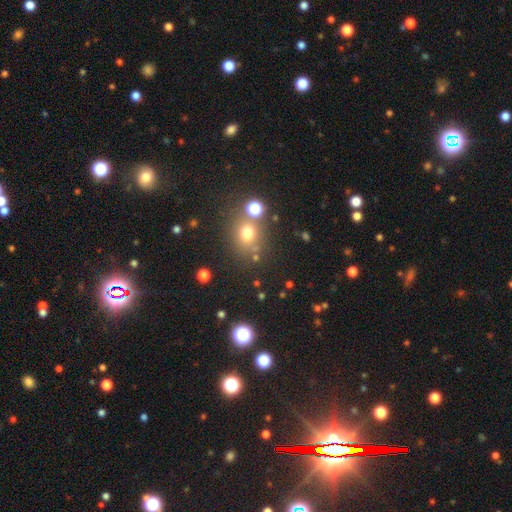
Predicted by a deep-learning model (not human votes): Smooth or featured?
  - smooth: 63% *
  - star or artifact: 27%
  - featured or disk: 10%
How rounded?
  - round: 80% *
  - in between: 19%
  - cigar-shaped: 1%
Merging?
  - none: 73% *
  - merger: 12%
  - minor disturbance: 10%
  - major disturbance: 4%